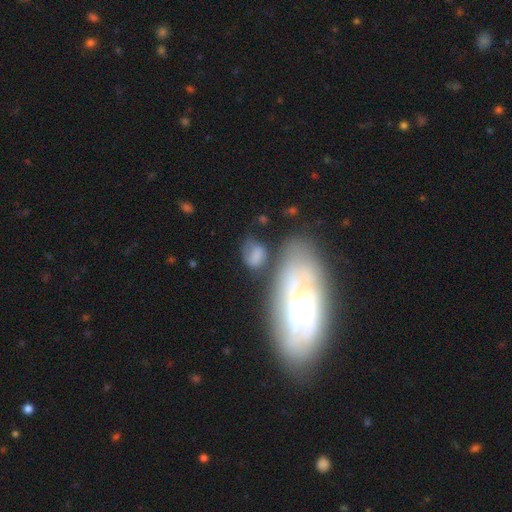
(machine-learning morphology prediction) Q: Smooth or featured?
A: smooth (67%); runner-up: featured or disk (22%)
Q: How rounded?
A: in between (73%); runner-up: round (24%)
Q: Merging?
A: none (48%); runner-up: minor disturbance (24%)